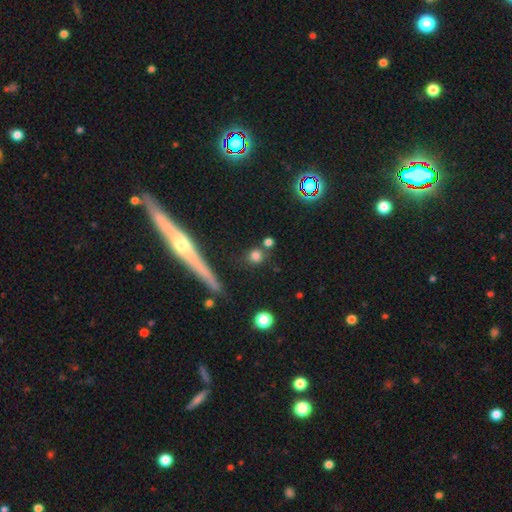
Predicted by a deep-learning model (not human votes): This is likely a smooth galaxy (77%). How rounded: clearly round (86%). Merging: likely none (77%).